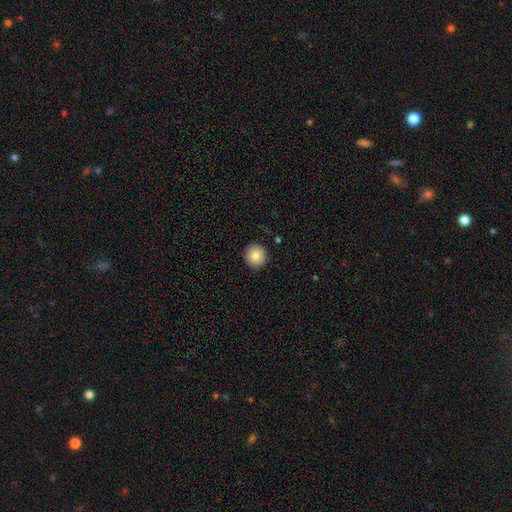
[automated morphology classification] This is clearly a smooth galaxy (84%). How rounded: clearly round (93%). Merging: clearly none (91%).